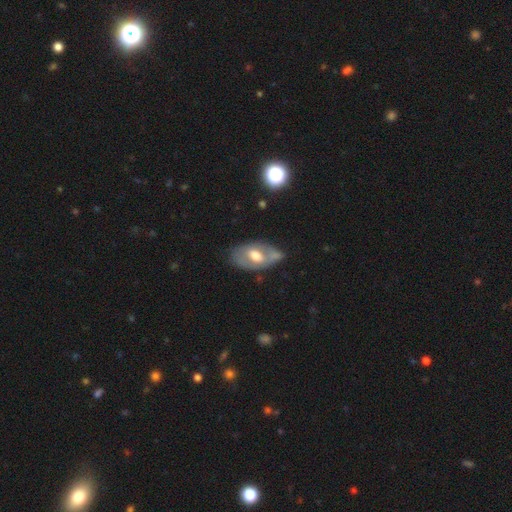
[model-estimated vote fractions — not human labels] Q: Smooth or featured?
A: featured or disk (50%); runner-up: smooth (43%)
Q: Edge-on disk?
A: no (88%); runner-up: yes (12%)
Q: Merging?
A: none (52%); runner-up: minor disturbance (29%)